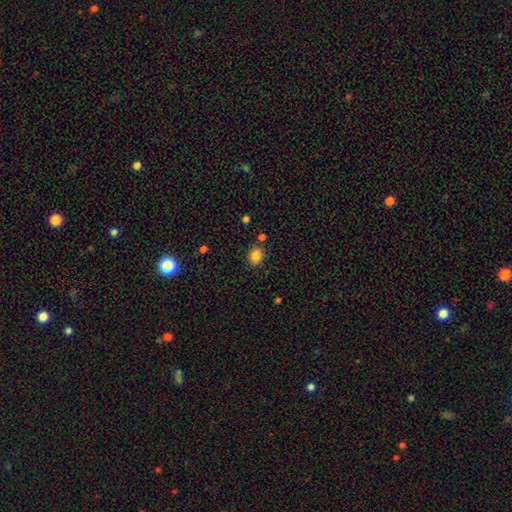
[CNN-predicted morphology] The model was most divided on "how rounded": round: 54%, in between: 45%, cigar-shaped: 1%. More confident: smooth or featured — smooth (84%); merging — none (79%).